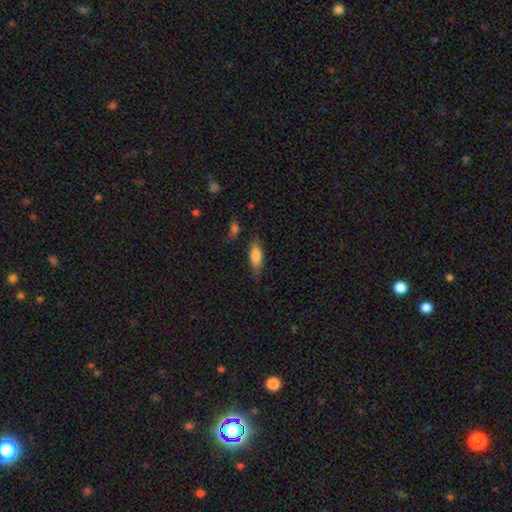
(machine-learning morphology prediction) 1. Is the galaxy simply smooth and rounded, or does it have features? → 80% smooth, 13% featured or disk, 6% star or artifact.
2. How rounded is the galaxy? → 62% in between, 36% cigar-shaped, 2% round.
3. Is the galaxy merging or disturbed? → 76% none, 17% minor disturbance, 4% major disturbance, 3% merger.